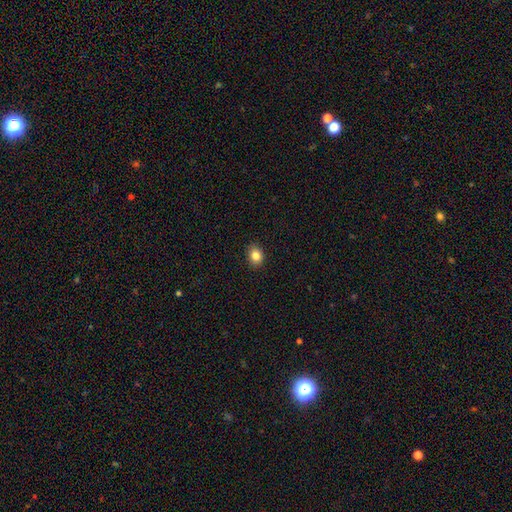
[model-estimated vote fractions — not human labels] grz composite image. It shows a smooth galaxy with no disk features (84%) that is in between round and cigar-shaped (52%). Merging: none (90%).